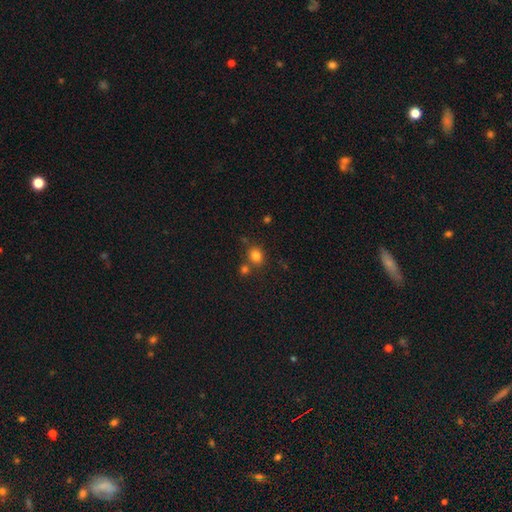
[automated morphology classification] Smooth or featured: smooth — 81% (star or artifact — 13%)
How rounded: round — 71% (in between — 28%)
Merging: none — 67% (merger — 19%)